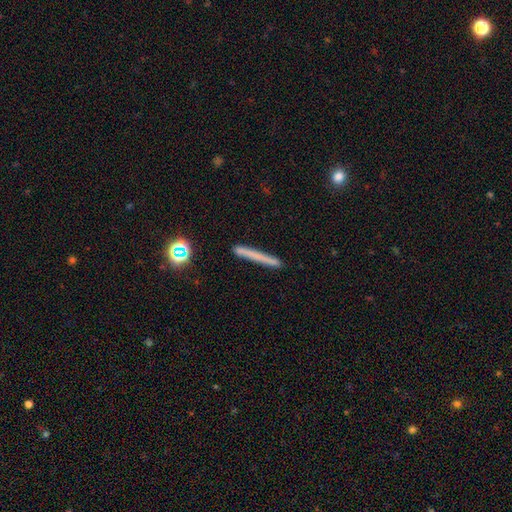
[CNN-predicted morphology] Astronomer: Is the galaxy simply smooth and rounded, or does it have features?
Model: smooth — 59%.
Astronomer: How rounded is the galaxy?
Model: cigar-shaped — 96%.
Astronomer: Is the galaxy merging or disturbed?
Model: none — 88%.